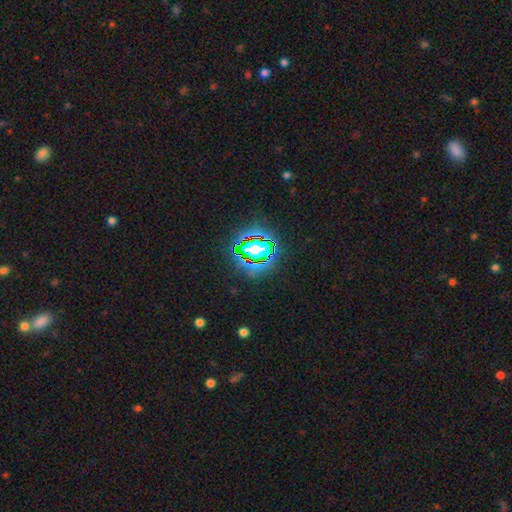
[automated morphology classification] Q: Smooth or featured?
A: star or artifact (82%); runner-up: smooth (11%)